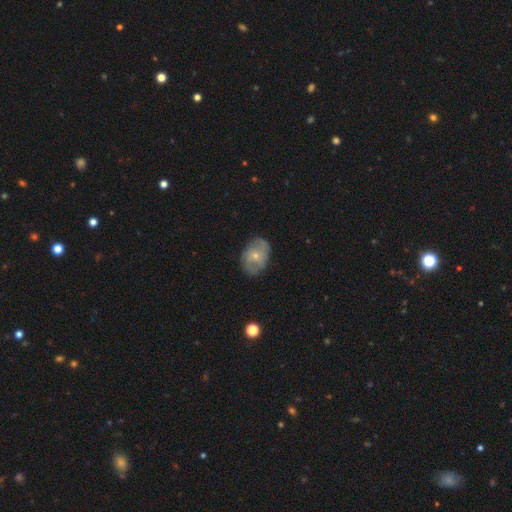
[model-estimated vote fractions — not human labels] This appears to be a featured or disk galaxy (61%) with no bar (72%), spiral arms (79%) and a small central bulge (67%). Merging: none (72%).